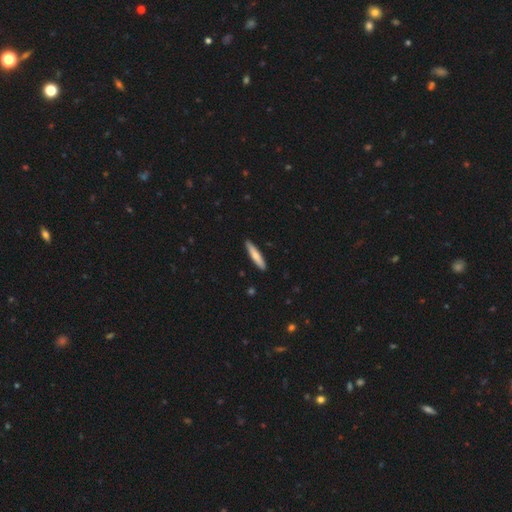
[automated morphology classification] Smooth or featured? Predicted: smooth (p=0.75). How rounded? Predicted: cigar-shaped (p=0.88). Merging? Predicted: none (p=0.90).